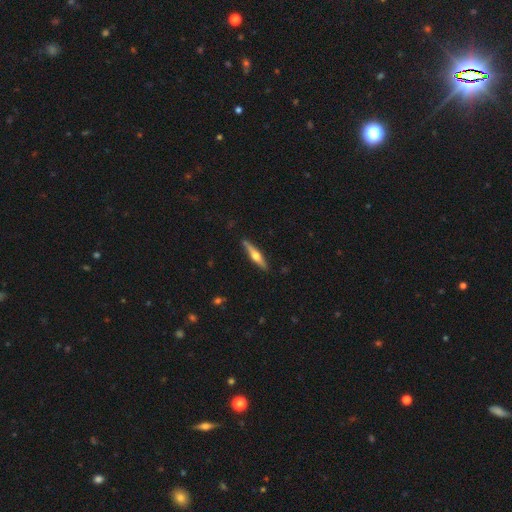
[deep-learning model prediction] A featured or disk galaxy (64%) viewed edge-on (96%) with a rounded central bulge (93%).

Vote fractions:
- Smooth or featured? featured or disk: 64% / smooth: 31% / star or artifact: 5%
- Edge-on disk? yes: 96% / no: 4%
- Edge-on bulge? rounded: 93% / boxy: 4% / none: 3%
- Merging? none: 87% / minor disturbance: 10% / major disturbance: 2% / merger: 2%